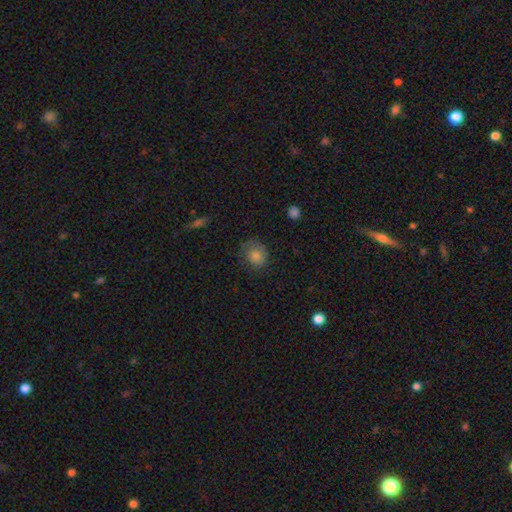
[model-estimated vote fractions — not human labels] Smooth or featured? Predicted: smooth (p=0.71). How rounded? Predicted: round (p=0.67). Merging? Predicted: none (p=0.62).